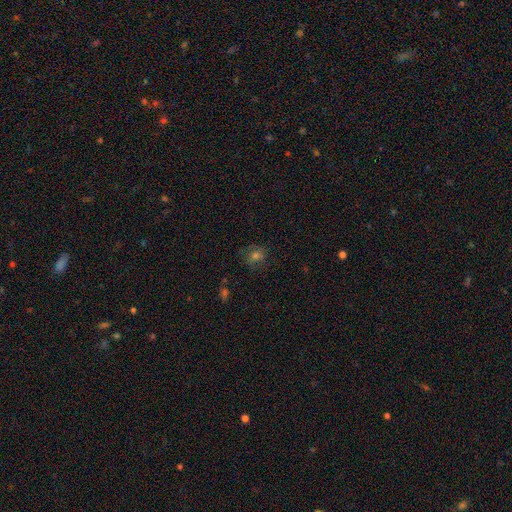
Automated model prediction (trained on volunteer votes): smooth 52%, star or artifact 24%, featured or disk 24%. Down the decision tree: how rounded — round (78%); merging — none (77%).